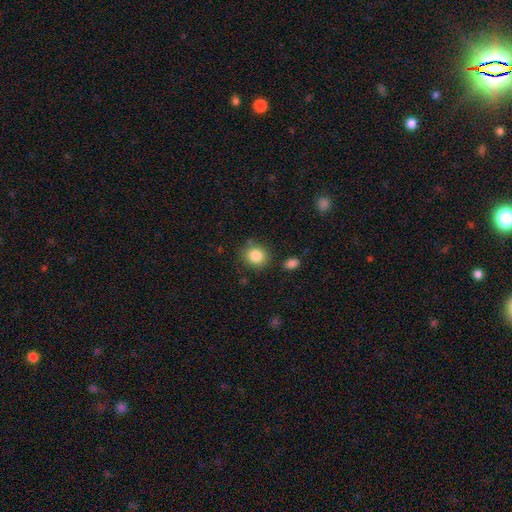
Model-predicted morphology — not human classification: The model was most divided on "how rounded": round: 79%, in between: 20%, cigar-shaped: 1%. More confident: smooth or featured — smooth (85%); merging — none (80%).